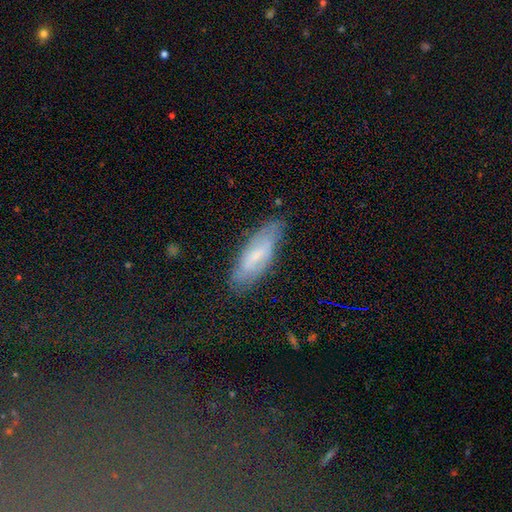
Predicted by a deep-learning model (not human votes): Morphology: type=featured or disk (47%); merging=none (75%).